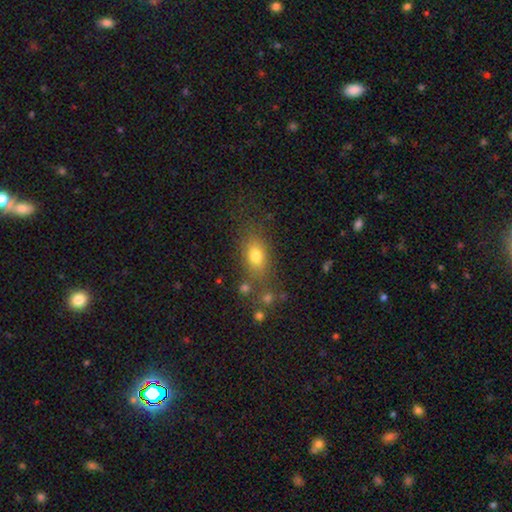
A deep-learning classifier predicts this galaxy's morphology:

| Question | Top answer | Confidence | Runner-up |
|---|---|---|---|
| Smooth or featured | smooth | 74% | featured or disk (13%) |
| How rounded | in between | 71% | round (22%) |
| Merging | none | 69% | minor disturbance (15%) |